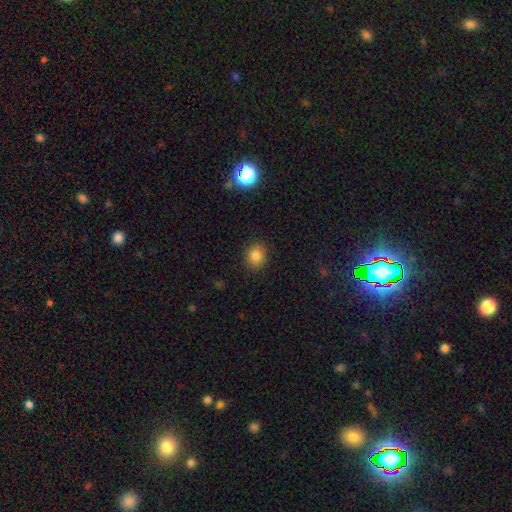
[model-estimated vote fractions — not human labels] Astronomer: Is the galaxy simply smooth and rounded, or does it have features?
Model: smooth — 84%.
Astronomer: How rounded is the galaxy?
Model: round — 67%.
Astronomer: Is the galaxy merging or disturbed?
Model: none — 89%.